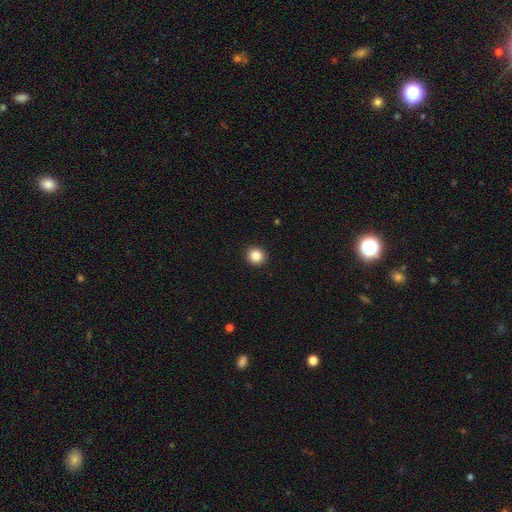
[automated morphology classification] Overall: smooth (86%). How rounded: round (92%). Merging: none (93%).